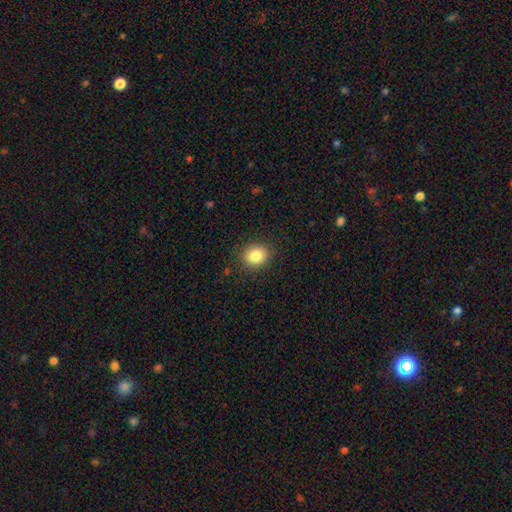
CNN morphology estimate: Smooth or featured? smooth (84%)
How rounded? round (69%)
Merging? none (89%)